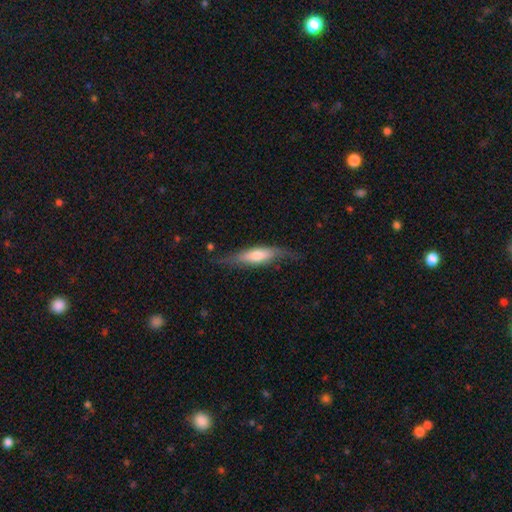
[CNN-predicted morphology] smooth-or-featured: smooth: 48% | featured or disk: 46% | star or artifact: 6%
  merging: none: 64% | minor disturbance: 23% | major disturbance: 10% | merger: 2%